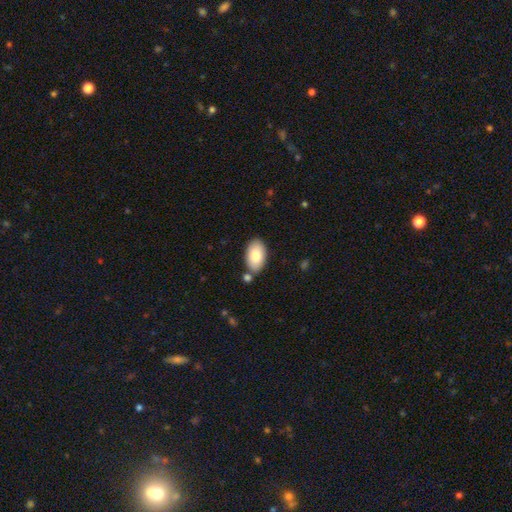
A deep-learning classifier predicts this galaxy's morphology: This appears to be a smooth galaxy with no disk features (82%) that is in between round and cigar-shaped (95%). Merging: none (76%).